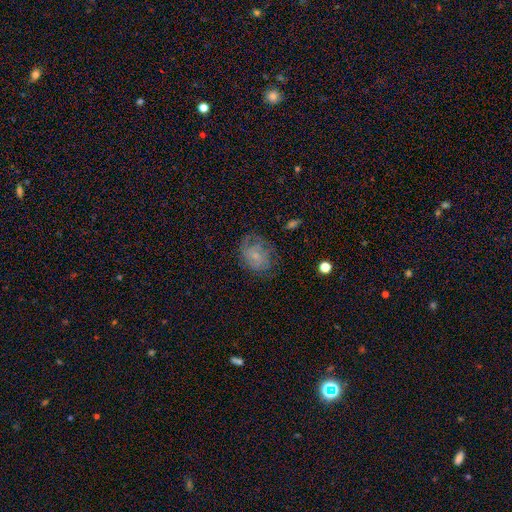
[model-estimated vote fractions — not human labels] Overall: featured or disk (49%; smooth 41%). Merging: none (60%; minor disturbance 24%).